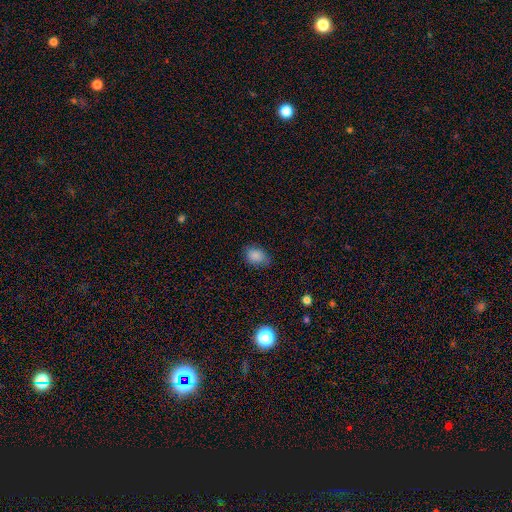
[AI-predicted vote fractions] Morphology: type=smooth (85%); roundness=in between (74%); merging=none (74%).